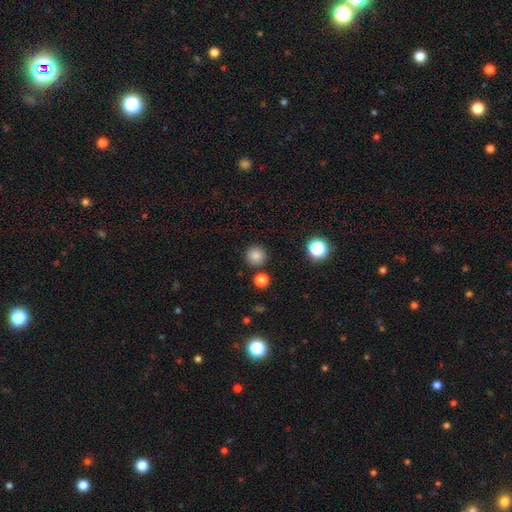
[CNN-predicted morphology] Smooth or featured?
  - smooth: 84% *
  - star or artifact: 12%
  - featured or disk: 4%
How rounded?
  - round: 95% *
  - in between: 4%
  - cigar-shaped: 1%
Merging?
  - none: 88% *
  - minor disturbance: 6%
  - merger: 4%
  - major disturbance: 2%